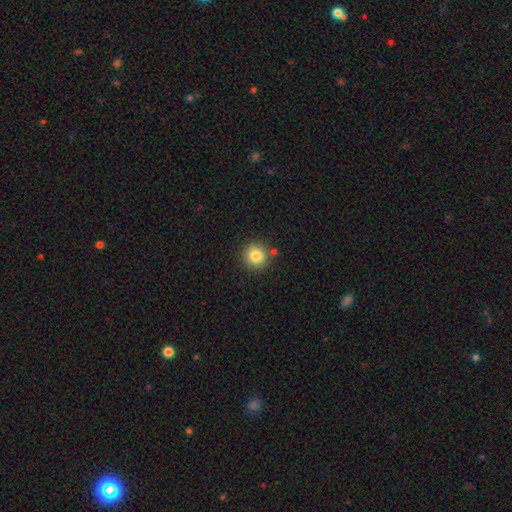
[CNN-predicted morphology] Smooth or featured? smooth (83%)
How rounded? round (93%)
Merging? none (83%)